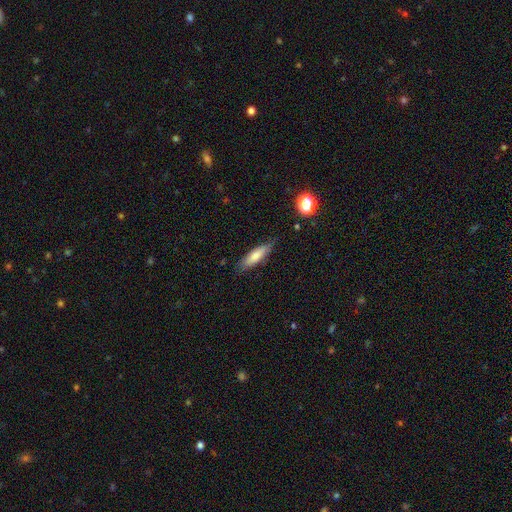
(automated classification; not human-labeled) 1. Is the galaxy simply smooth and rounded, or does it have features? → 74% smooth, 19% featured or disk, 6% star or artifact.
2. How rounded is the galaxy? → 62% cigar-shaped, 37% in between, 2% round.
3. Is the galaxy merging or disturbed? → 79% none, 16% minor disturbance, 3% major disturbance, 1% merger.